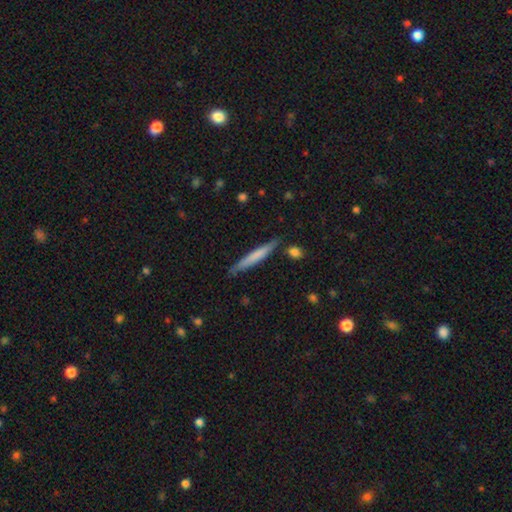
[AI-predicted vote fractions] Smooth or featured?
  - smooth: 64% *
  - featured or disk: 31%
  - star or artifact: 6%
How rounded?
  - cigar-shaped: 95% *
  - in between: 4%
  - round: 1%
Merging?
  - none: 82% *
  - minor disturbance: 12%
  - merger: 3%
  - major disturbance: 2%